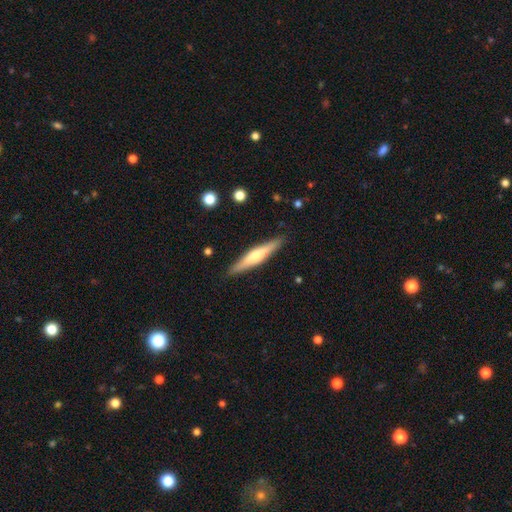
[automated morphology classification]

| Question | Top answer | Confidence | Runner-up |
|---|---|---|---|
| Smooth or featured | featured or disk | 56% | smooth (39%) |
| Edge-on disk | yes | 95% | no (5%) |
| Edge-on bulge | rounded | 84% | none (10%) |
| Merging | none | 90% | minor disturbance (8%) |